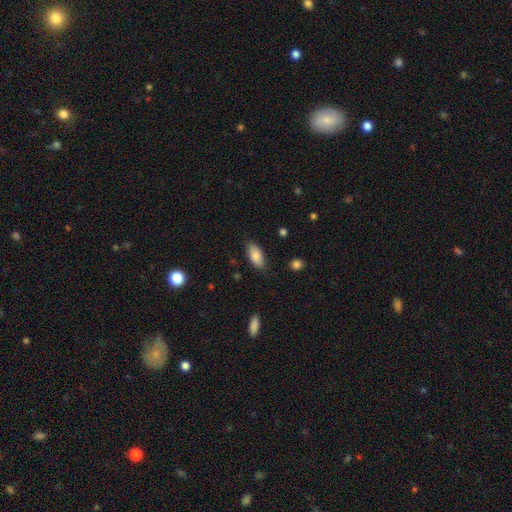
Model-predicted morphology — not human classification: Smooth or featured: smooth — 85% (featured or disk — 8%)
How rounded: in between — 89% (cigar-shaped — 9%)
Merging: none — 85% (minor disturbance — 11%)